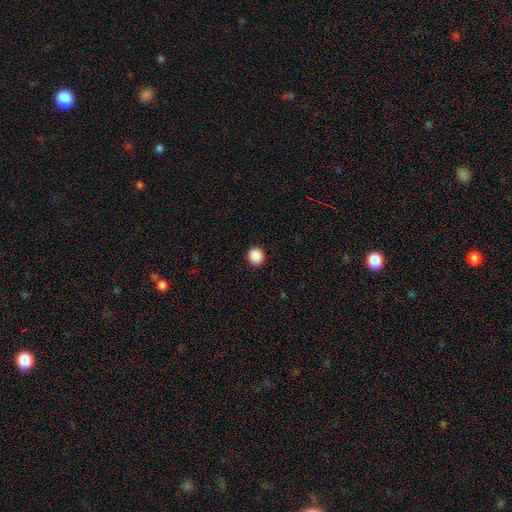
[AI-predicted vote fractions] The model was most divided on "how rounded": round: 84%, in between: 15%, cigar-shaped: 1%. More confident: merging — none (93%); smooth or featured — smooth (89%).